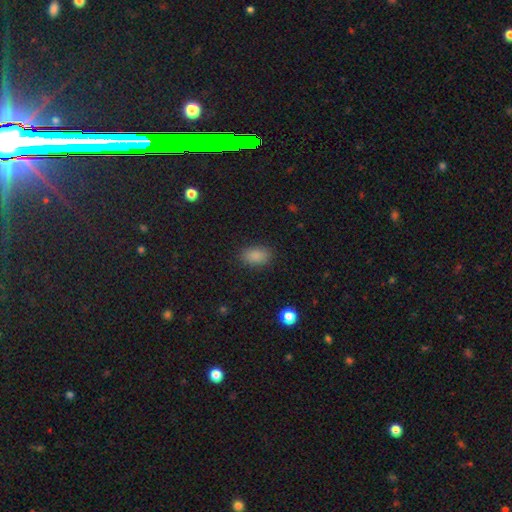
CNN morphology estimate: Smooth or featured? smooth (86%)
How rounded? in between (88%)
Merging? none (87%)